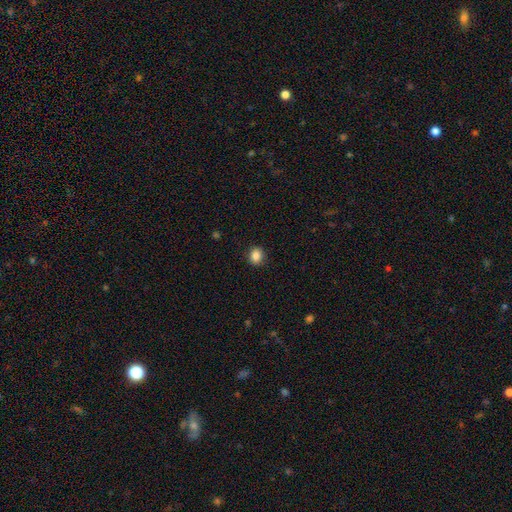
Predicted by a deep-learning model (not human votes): Smooth or featured?
  - smooth: 86% *
  - star or artifact: 10%
  - featured or disk: 4%
How rounded?
  - round: 68% *
  - in between: 31%
  - cigar-shaped: 1%
Merging?
  - none: 89% *
  - minor disturbance: 8%
  - major disturbance: 2%
  - merger: 1%